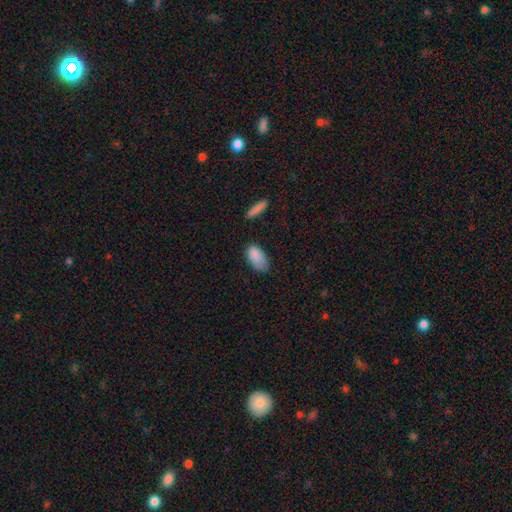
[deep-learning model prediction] Q: Smooth or featured?
A: smooth (86%); runner-up: star or artifact (8%)
Q: How rounded?
A: in between (93%); runner-up: round (4%)
Q: Merging?
A: none (60%); runner-up: minor disturbance (29%)